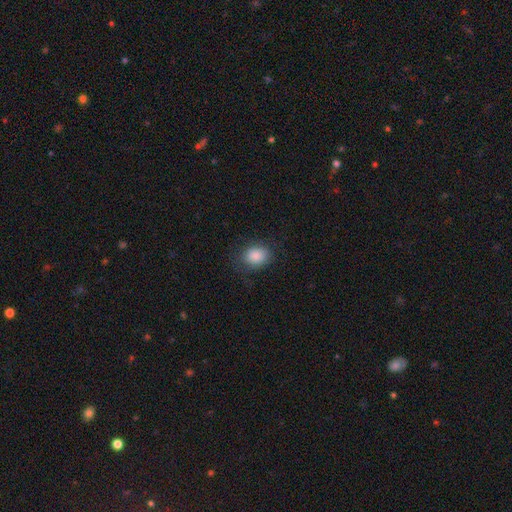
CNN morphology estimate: This is clearly a smooth galaxy (85%). How rounded: possibly in between (57%). Merging: likely none (73%).